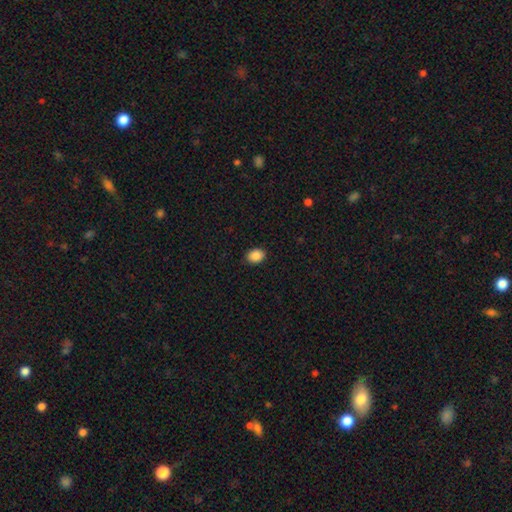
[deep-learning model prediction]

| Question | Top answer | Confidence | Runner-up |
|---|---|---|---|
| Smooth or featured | smooth | 88% | star or artifact (8%) |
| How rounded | in between | 63% | round (36%) |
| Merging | none | 90% | minor disturbance (8%) |